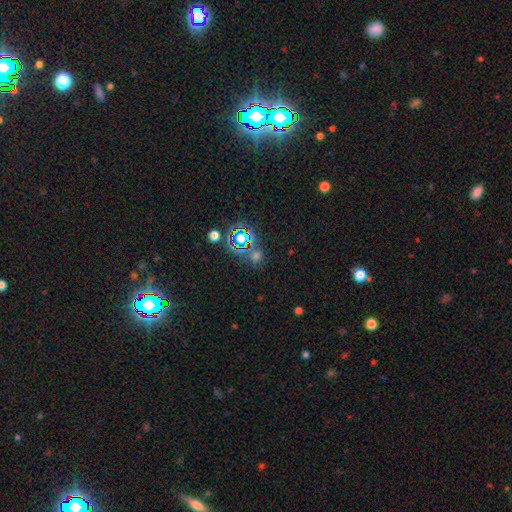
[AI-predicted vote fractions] Q: Smooth or featured?
A: star or artifact (53%); runner-up: smooth (39%)